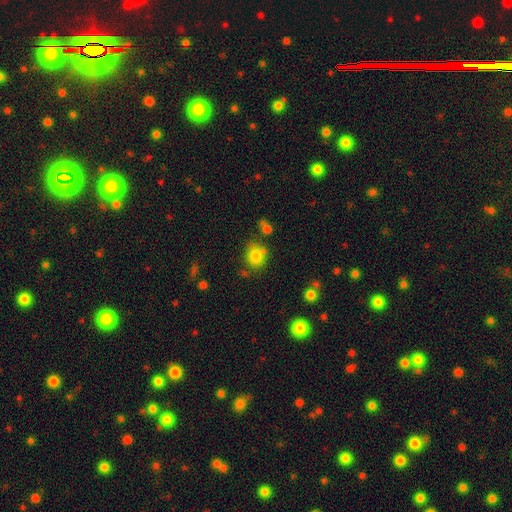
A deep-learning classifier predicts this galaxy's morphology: The model was most divided on "how rounded": round: 73%, in between: 26%, cigar-shaped: 1%. More confident: smooth or featured — smooth (81%); merging — none (68%).